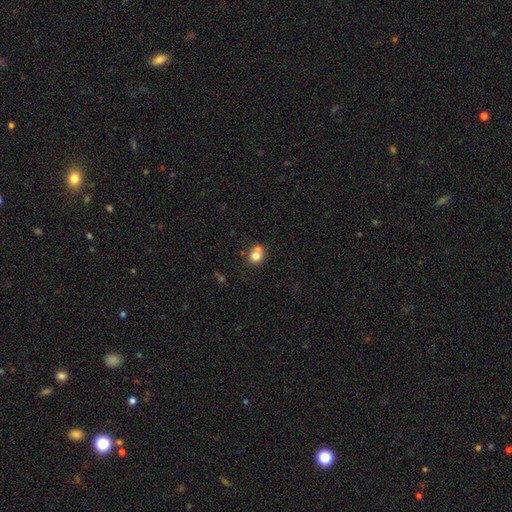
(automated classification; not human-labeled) Smooth or featured: smooth — 77% (featured or disk — 12%)
How rounded: round — 78% (in between — 21%)
Merging: none — 53% (merger — 29%)